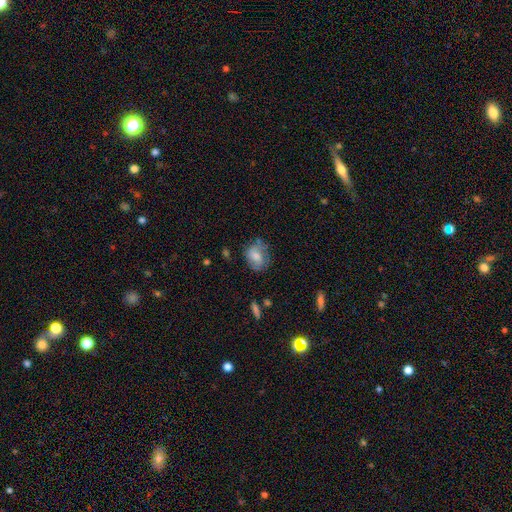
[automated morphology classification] Smooth or featured? Predicted: smooth (p=0.70). How rounded? Predicted: in between (p=0.57). Merging? Predicted: none (p=0.59).